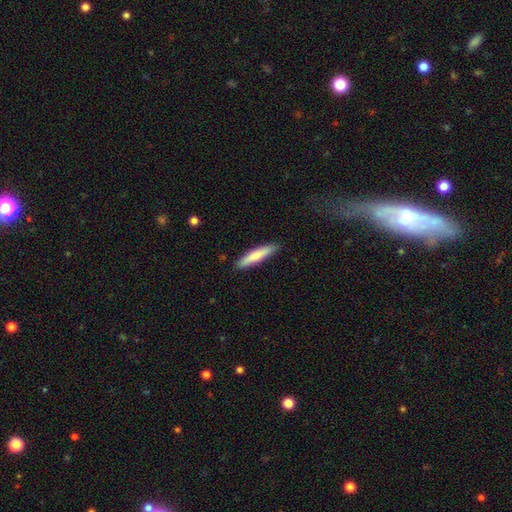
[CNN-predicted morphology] Smooth or featured?
  - smooth: 76% *
  - featured or disk: 19%
  - star or artifact: 5%
How rounded?
  - cigar-shaped: 87% *
  - in between: 12%
  - round: 1%
Merging?
  - none: 89% *
  - minor disturbance: 9%
  - major disturbance: 2%
  - merger: 1%